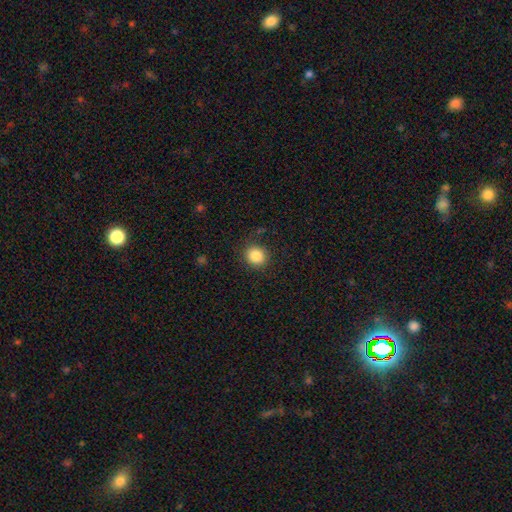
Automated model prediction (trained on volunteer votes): Smooth or featured: smooth — 85% (star or artifact — 10%)
How rounded: round — 88% (in between — 11%)
Merging: none — 86% (minor disturbance — 9%)